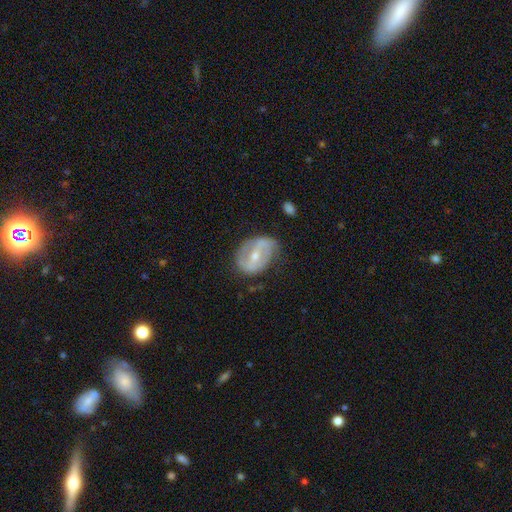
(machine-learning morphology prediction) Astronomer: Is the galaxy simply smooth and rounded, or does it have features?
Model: featured or disk — 71%.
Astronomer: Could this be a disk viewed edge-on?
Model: no — 95%.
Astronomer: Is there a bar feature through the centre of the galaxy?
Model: strong — 46% (runner-up: weak, 37%).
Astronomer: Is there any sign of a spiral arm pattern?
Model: yes — 68%.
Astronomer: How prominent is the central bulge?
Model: moderate — 50% (runner-up: small, 46%).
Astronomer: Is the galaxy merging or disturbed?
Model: none — 60%.